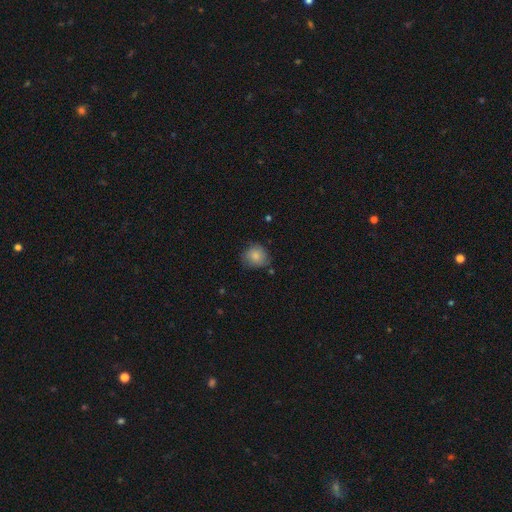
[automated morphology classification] smooth-or-featured: smooth: 82% | featured or disk: 10% | star or artifact: 8%
  how-rounded: round: 80% | in between: 19% | cigar-shaped: 1%
  merging: none: 70% | minor disturbance: 23% | major disturbance: 4% | merger: 2%